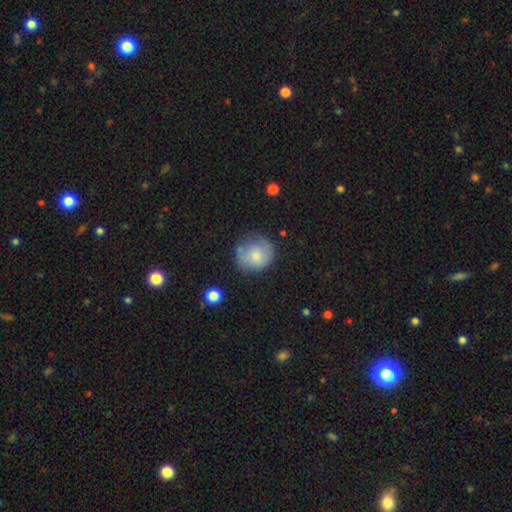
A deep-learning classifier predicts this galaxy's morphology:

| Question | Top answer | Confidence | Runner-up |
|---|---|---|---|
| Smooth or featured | smooth | 73% | featured or disk (19%) |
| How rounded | round | 80% | in between (19%) |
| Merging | none | 63% | minor disturbance (25%) |